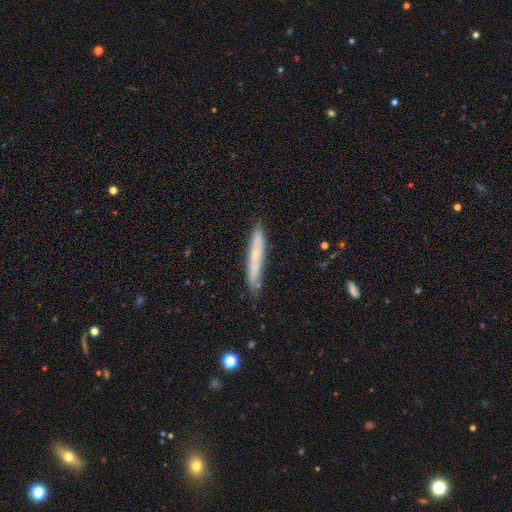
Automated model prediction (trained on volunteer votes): Smooth or featured? smooth (49%)
Merging? none (77%)